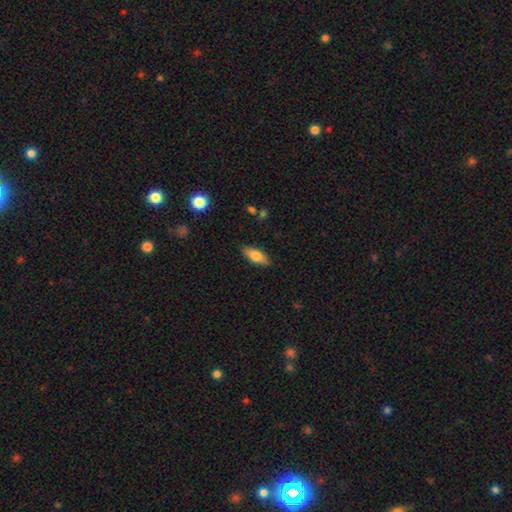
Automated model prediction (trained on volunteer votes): Overall: smooth (78%). How rounded: in between (80%). Merging: none (85%).